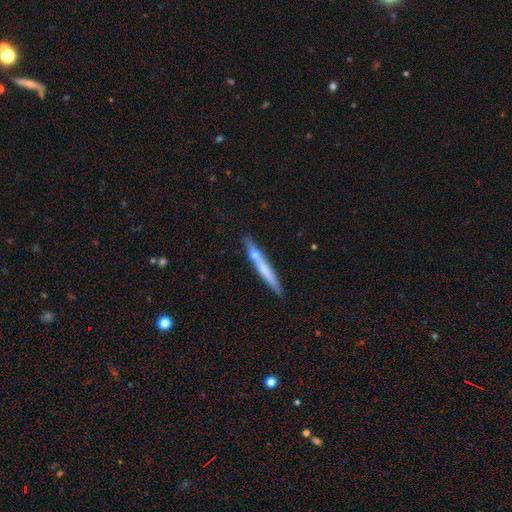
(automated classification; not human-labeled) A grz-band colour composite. It shows a smooth galaxy with no disk features (47%). Merging: none (73%).